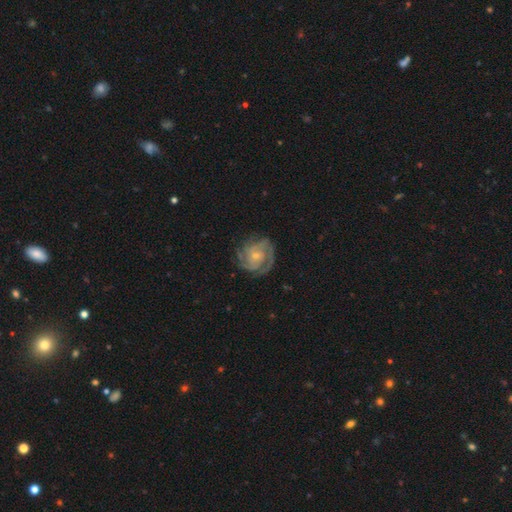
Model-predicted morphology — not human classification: smooth_or_featured: featured or disk (p=0.88) [alt: smooth p=0.07]
disk_edge_on: no (p=0.98) [alt: yes p=0.02]
bar: no (p=0.68) [alt: weak p=0.26]
has_spiral_arms: yes (p=0.98) [alt: no p=0.02]
spiral_winding: tight (p=0.66) [alt: medium p=0.30]
spiral_arm_count: 3 (p=0.36) [alt: 2 p=0.19]
bulge_size: small (p=0.66) [alt: moderate p=0.29]
merging: none (p=0.77) [alt: minor disturbance p=0.16]